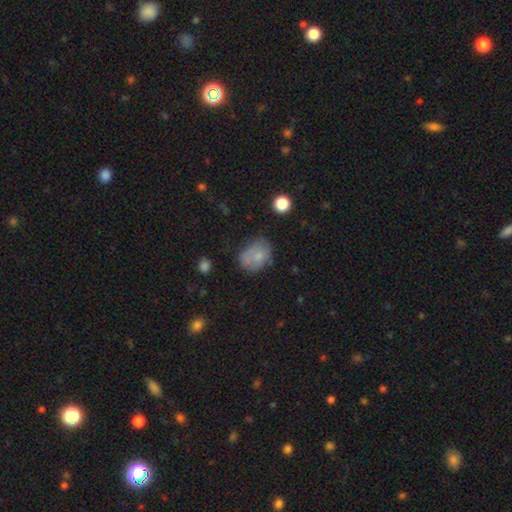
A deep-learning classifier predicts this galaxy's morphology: Smooth or featured? Predicted: smooth (p=0.72). How rounded? Predicted: in between (p=0.62). Merging? Predicted: none (p=0.48).